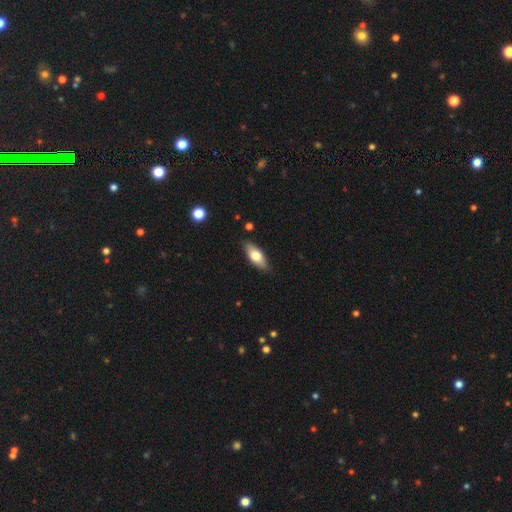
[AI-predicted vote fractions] The model was most divided on "smooth or featured": smooth: 71%, featured or disk: 23%, star or artifact: 6%. More confident: merging — none (86%); how rounded — in between (79%).